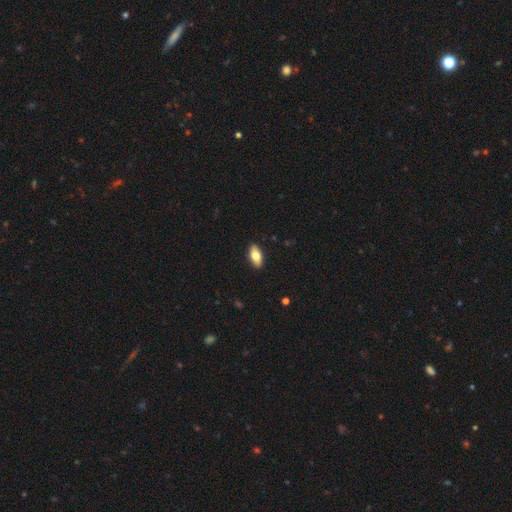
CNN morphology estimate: Overall: smooth (75%). How rounded: in between (88%). Merging: none (90%).